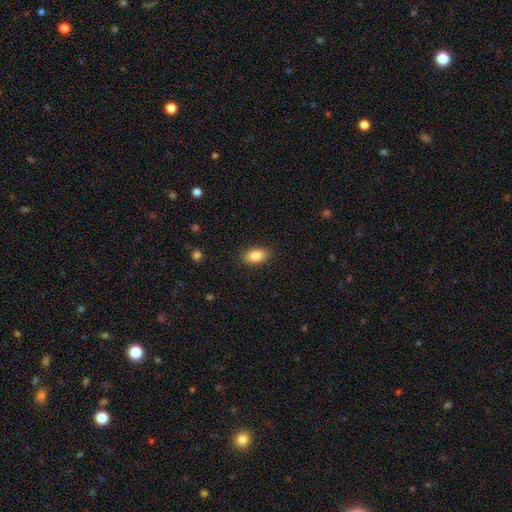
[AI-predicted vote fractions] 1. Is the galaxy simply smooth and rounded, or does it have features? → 86% smooth, 8% star or artifact, 6% featured or disk.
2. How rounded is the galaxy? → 91% in between, 6% round, 3% cigar-shaped.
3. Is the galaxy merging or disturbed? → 88% none, 8% minor disturbance, 2% major disturbance, 1% merger.